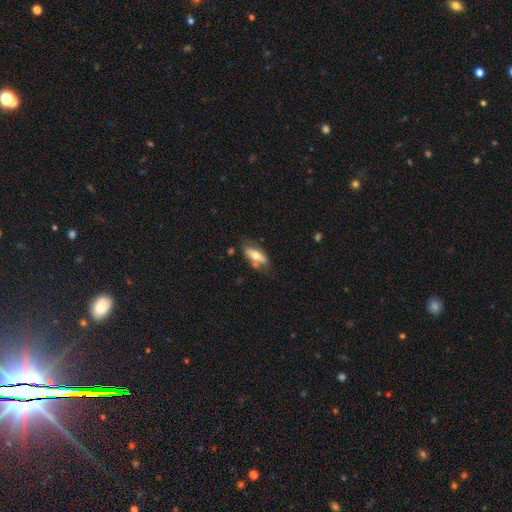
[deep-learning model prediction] A smooth galaxy with no disk features (53%) that is in between round and cigar-shaped (74%).

Vote fractions:
- Smooth or featured? smooth: 53% / featured or disk: 41% / star or artifact: 6%
- How rounded? in between: 74% / cigar-shaped: 23% / round: 3%
- Merging? none: 60% / minor disturbance: 24% / merger: 8% / major disturbance: 8%